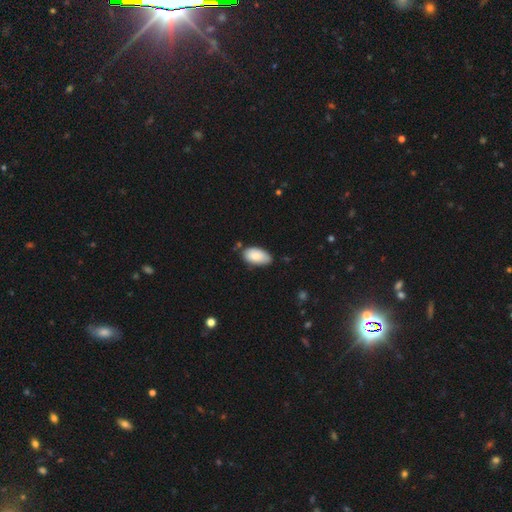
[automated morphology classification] Q: Smooth or featured?
A: smooth (81%); runner-up: featured or disk (13%)
Q: How rounded?
A: in between (95%); runner-up: round (3%)
Q: Merging?
A: none (68%); runner-up: minor disturbance (25%)